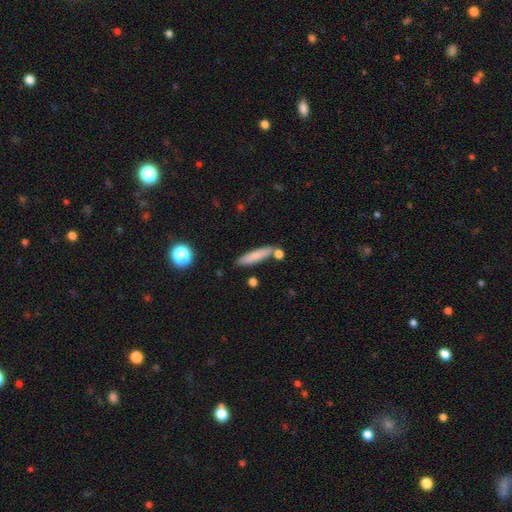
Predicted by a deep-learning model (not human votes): This appears to be a smooth galaxy with no disk features (77%) that is cigar-shaped (84%). Merging: none (78%).